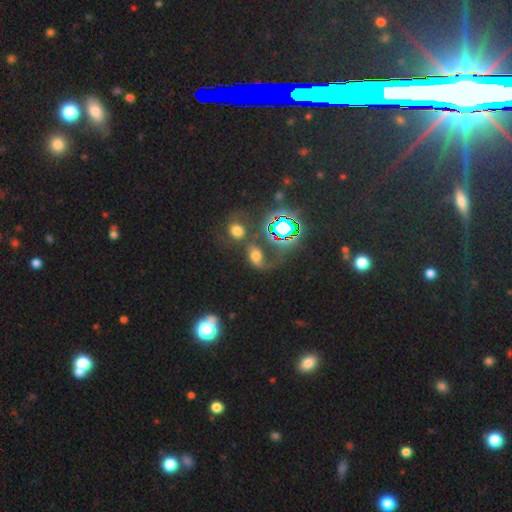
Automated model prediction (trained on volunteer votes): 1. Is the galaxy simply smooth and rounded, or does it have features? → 41% smooth, 30% featured or disk, 29% star or artifact.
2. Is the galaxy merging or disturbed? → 30% none (tied), 30% major disturbance (tied), 25% merger, 15% minor disturbance.